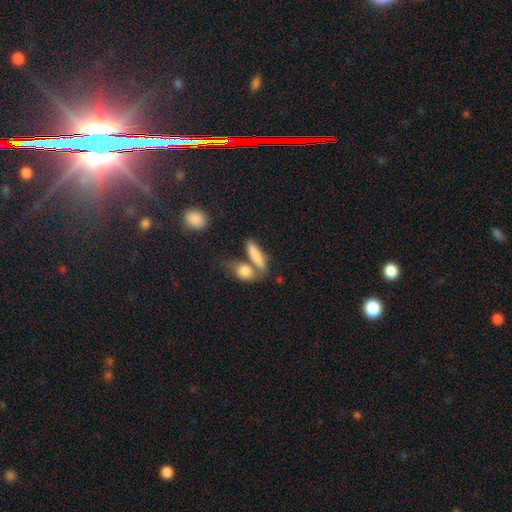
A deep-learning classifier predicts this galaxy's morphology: Overall: smooth (81%). How rounded: cigar-shaped (51%; in between 43%). Merging: none (47%; merger 35%).